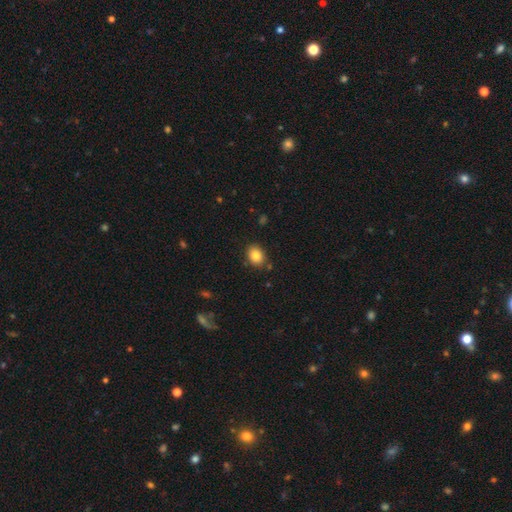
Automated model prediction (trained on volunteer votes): The model was most divided on "how rounded": in between: 57%, round: 42%, cigar-shaped: 1%. More confident: smooth or featured — smooth (84%); merging — none (84%).